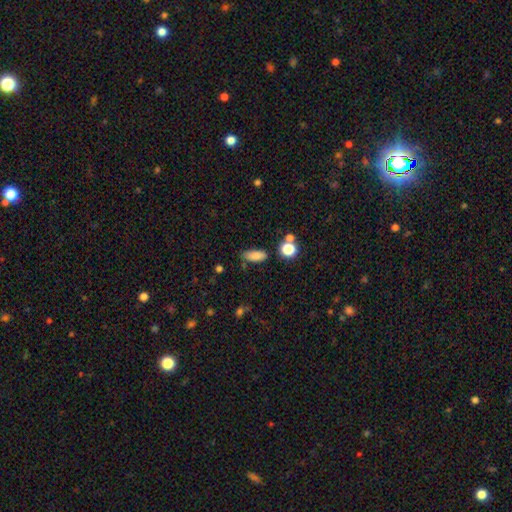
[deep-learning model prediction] This is clearly a smooth galaxy (82%). How rounded: likely in between (74%). Merging: likely none (74%).